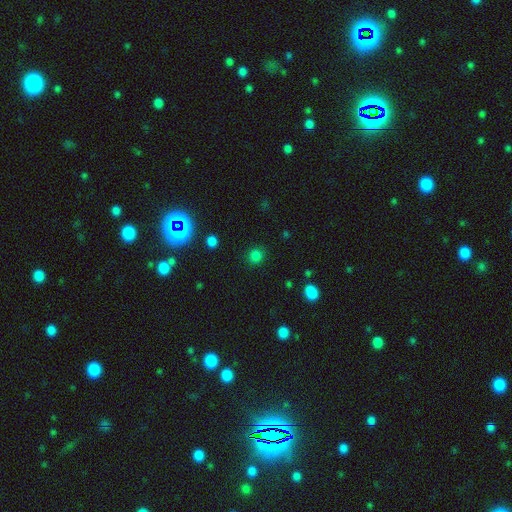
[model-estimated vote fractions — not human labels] smooth 78%, star or artifact 18%, featured or disk 4%. Down the decision tree: how rounded — round (89%); merging — none (88%).